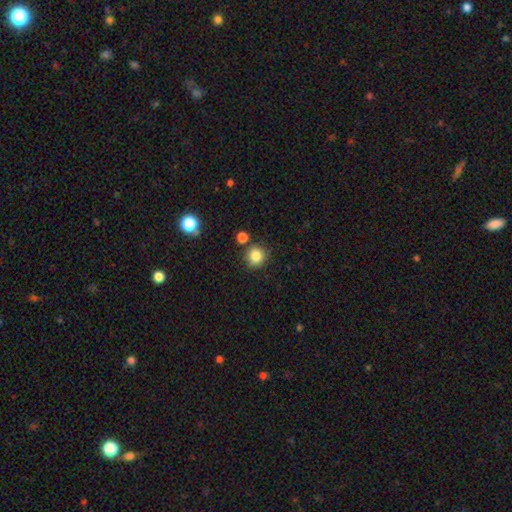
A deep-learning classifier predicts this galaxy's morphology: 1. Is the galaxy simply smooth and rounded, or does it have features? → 83% smooth, 11% star or artifact, 5% featured or disk.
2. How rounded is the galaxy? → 90% round, 9% in between, 1% cigar-shaped.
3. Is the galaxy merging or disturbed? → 80% none, 10% minor disturbance, 7% merger, 3% major disturbance.